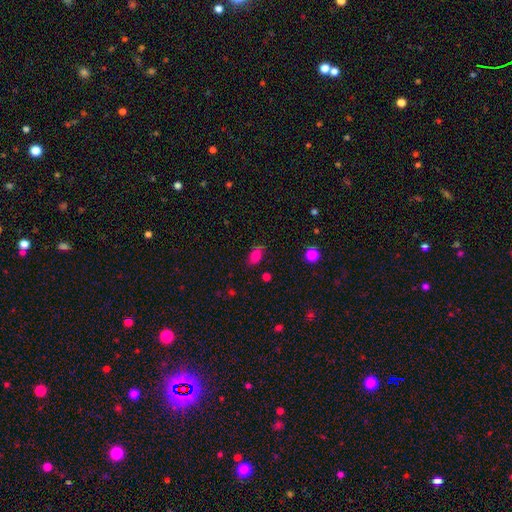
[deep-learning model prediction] The model was most divided on "merging": none: 68%, minor disturbance: 23%, major disturbance: 6%, merger: 3%. More confident: how rounded — in between (82%); smooth or featured — smooth (78%).